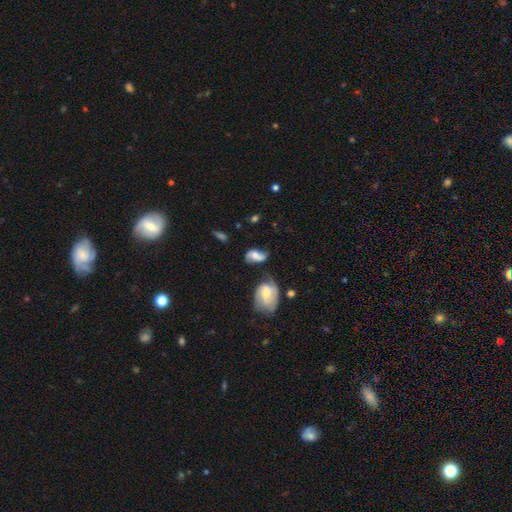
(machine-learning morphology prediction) type=featured or disk (55%); edge-on=no (95%); bar=no (52%); spiral arms=yes (85%); bulge=moderate (52%); merging=none (44%).